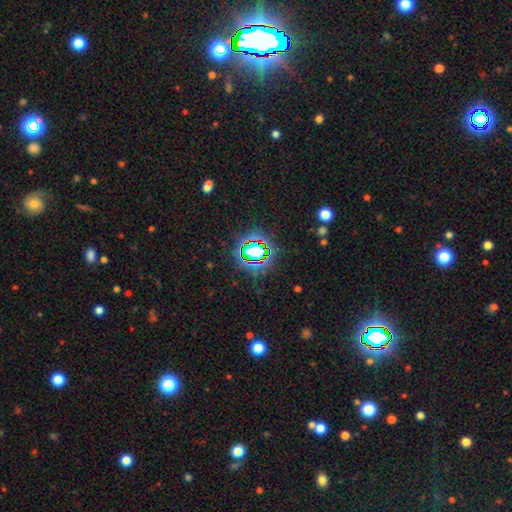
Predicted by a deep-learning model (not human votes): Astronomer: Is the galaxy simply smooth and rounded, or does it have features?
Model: star or artifact — 71%.